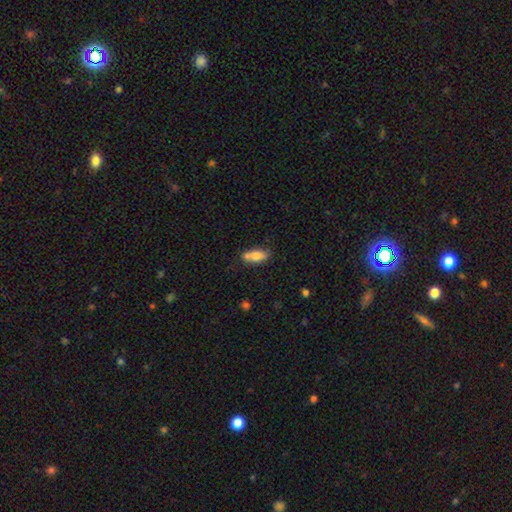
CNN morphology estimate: This appears to be a smooth galaxy with no disk features (78%) that is in between round and cigar-shaped (81%). Merging: none (62%).